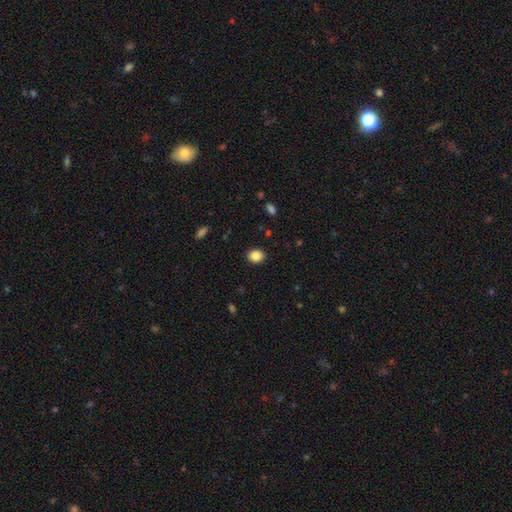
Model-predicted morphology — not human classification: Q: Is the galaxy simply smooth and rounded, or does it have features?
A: smooth — 85%.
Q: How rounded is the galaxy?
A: round — 65%.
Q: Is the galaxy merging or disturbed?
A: none — 91%.